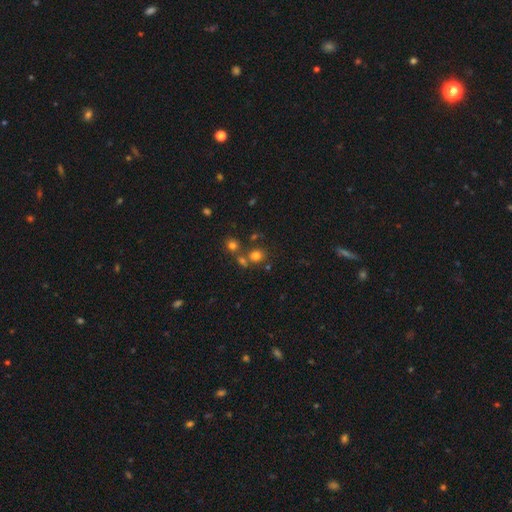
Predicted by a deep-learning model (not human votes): Morphology: type=smooth (72%); roundness=round (76%); merging=none (62%).